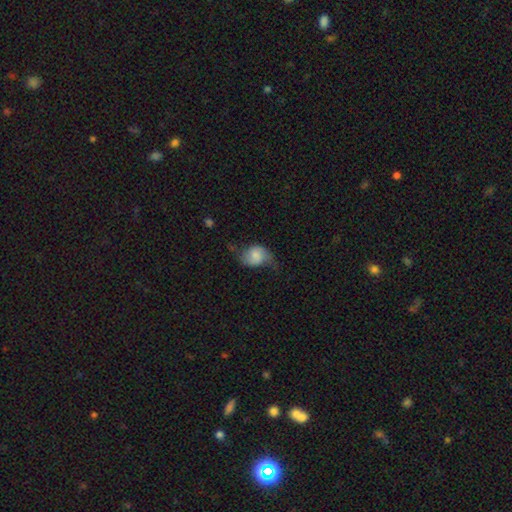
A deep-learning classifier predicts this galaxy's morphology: A smooth galaxy with no disk features (48%). Merging: none (44%).